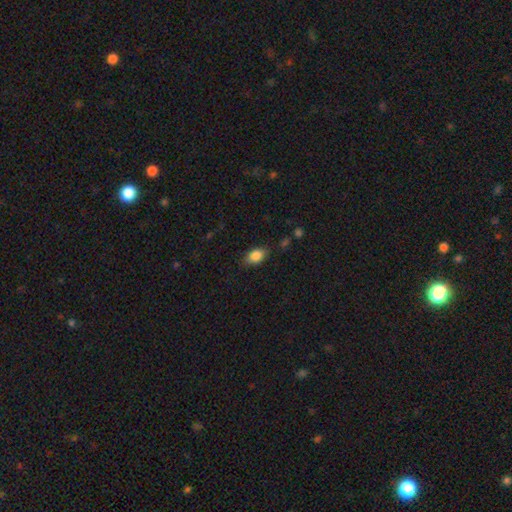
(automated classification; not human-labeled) smooth_or_featured: smooth (p=0.85) [alt: star or artifact p=0.08]
how_rounded: in between (p=0.86) [alt: round p=0.12]
merging: none (p=0.80) [alt: minor disturbance p=0.15]